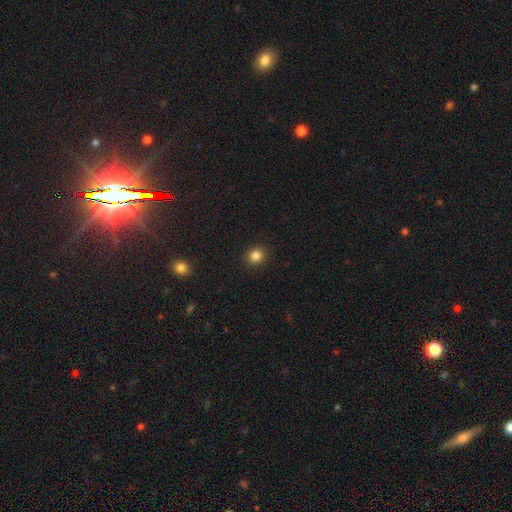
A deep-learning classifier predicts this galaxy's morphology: Q: Smooth or featured?
A: smooth (84%); runner-up: star or artifact (11%)
Q: How rounded?
A: round (76%); runner-up: in between (23%)
Q: Merging?
A: none (92%); runner-up: minor disturbance (6%)